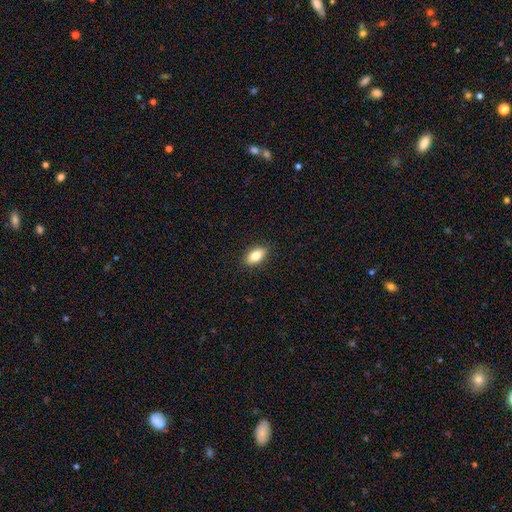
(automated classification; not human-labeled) This appears to be a smooth galaxy with no disk features (82%) that is in between round and cigar-shaped (89%). Merging: none (89%).